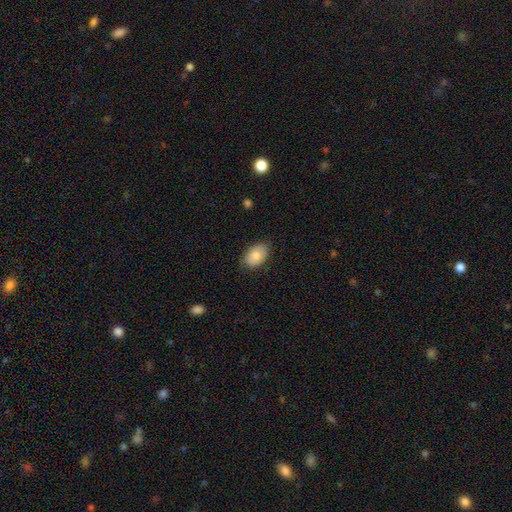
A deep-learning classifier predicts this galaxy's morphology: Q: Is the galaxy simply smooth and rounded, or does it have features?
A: smooth — 82%.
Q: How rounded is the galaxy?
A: in between — 89%.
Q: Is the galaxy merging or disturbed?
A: none — 81%.